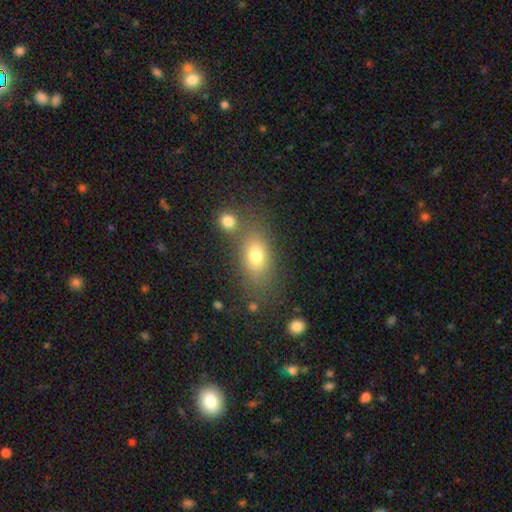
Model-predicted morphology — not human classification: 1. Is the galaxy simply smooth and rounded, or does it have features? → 74% smooth, 14% featured or disk, 12% star or artifact.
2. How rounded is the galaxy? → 78% in between, 17% round, 5% cigar-shaped.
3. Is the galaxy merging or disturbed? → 62% none, 19% merger, 13% minor disturbance, 6% major disturbance.